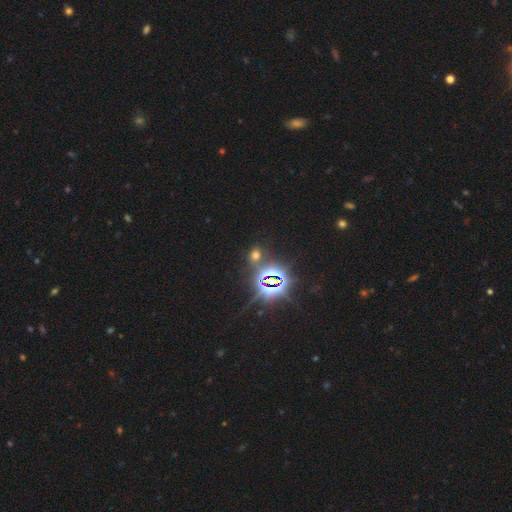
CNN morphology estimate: This is possibly a star or artifact rather than a galaxy (55%).